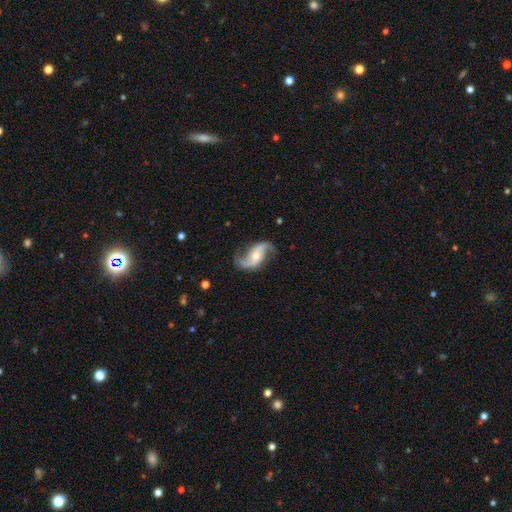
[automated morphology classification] smooth-or-featured: featured or disk: 90% | smooth: 6% | star or artifact: 5%
  disk-edge-on: no: 97% | yes: 3%
    bar: no: 51% | weak: 31% | strong: 18%
    has-spiral-arms: yes: 97% | no: 3%
      spiral-winding: loose: 70% | medium: 24% | tight: 6%
      spiral-arm-count: 2: 94% | can't tell: 2% | 1: 2% | 3: 1% | 4: 1% | more than 4: 1%
    bulge-size: moderate: 55% | small: 40% | large: 3% | none: 1% | dominant: 1%
  merging: none: 79% | minor disturbance: 14% | major disturbance: 6% | merger: 2%